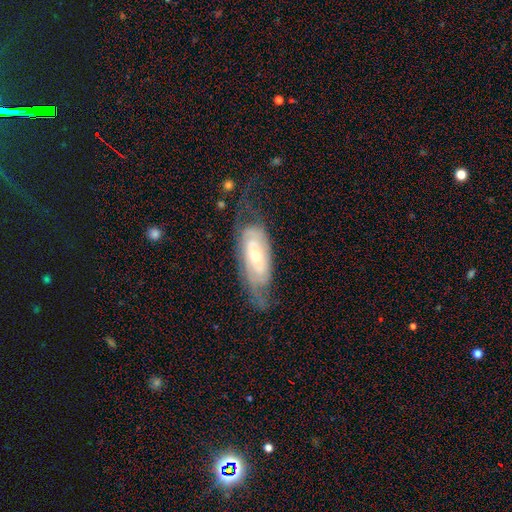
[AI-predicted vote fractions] Smooth or featured?
  - featured or disk: 75% *
  - smooth: 20%
  - star or artifact: 6%
Edge-on disk?
  - no: 89% *
  - yes: 11%
Bar?
  - no: 71% *
  - weak: 21%
  - strong: 7%
Spiral arms?
  - yes: 82% *
  - no: 18%
Spiral winding?
  - tight: 59% *
  - medium: 28%
  - loose: 13%
Spiral arm count?
  - can't tell: 42% *
  - 2: 41%
  - 3: 6%
  - 1: 5%
  - 4: 3%
  - more than 4: 2%
Bulge size?
  - small: 52% *
  - moderate: 43%
  - large: 3%
  - none: 1%
  - dominant: 1%
Merging?
  - none: 54% *
  - minor disturbance: 24%
  - major disturbance: 20%
  - merger: 2%